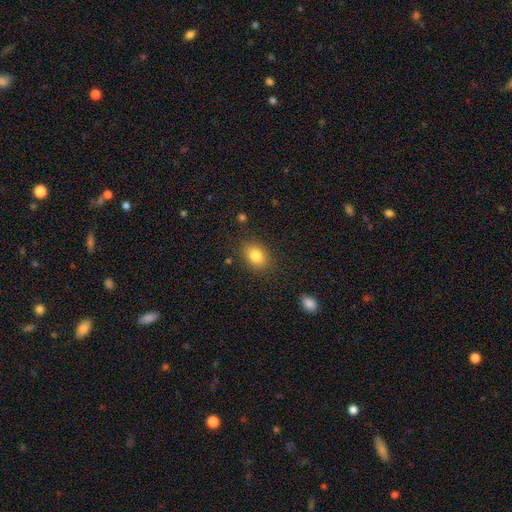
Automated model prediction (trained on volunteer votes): This appears to be a smooth galaxy with no disk features (83%) that is in between round and cigar-shaped (73%). Merging: none (85%).